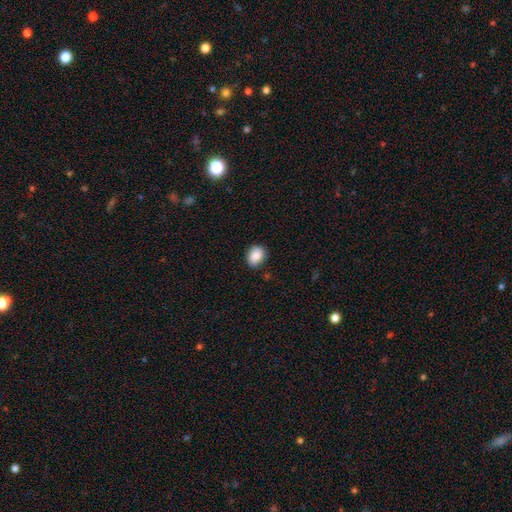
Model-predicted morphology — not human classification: This is clearly a smooth galaxy (88%). How rounded: possibly in between (55%). Merging: clearly none (86%).